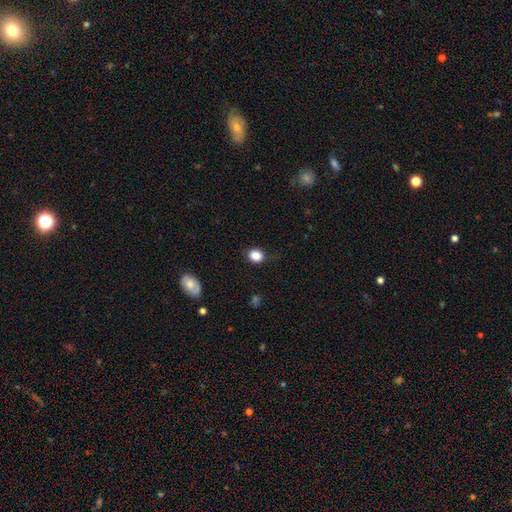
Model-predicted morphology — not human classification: This is clearly a smooth galaxy (86%). How rounded: possibly round (55%). Merging: clearly none (80%).